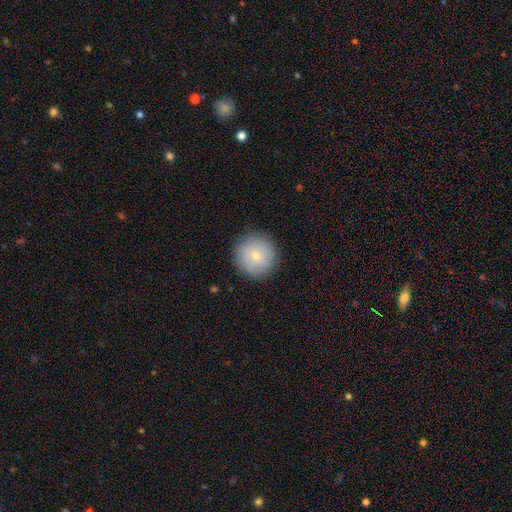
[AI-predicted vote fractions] Smooth or featured? Predicted: smooth (p=0.72). How rounded? Predicted: round (p=0.95). Merging? Predicted: none (p=0.89).